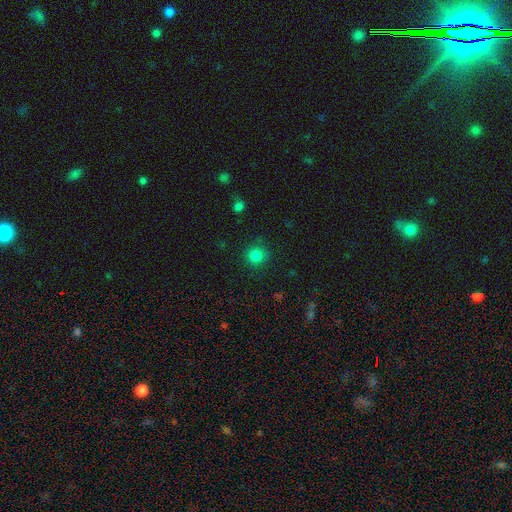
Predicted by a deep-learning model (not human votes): Smooth or featured?
  - smooth: 83% *
  - star or artifact: 13%
  - featured or disk: 4%
How rounded?
  - round: 92% *
  - in between: 7%
  - cigar-shaped: 1%
Merging?
  - none: 87% *
  - minor disturbance: 9%
  - major disturbance: 3%
  - merger: 1%